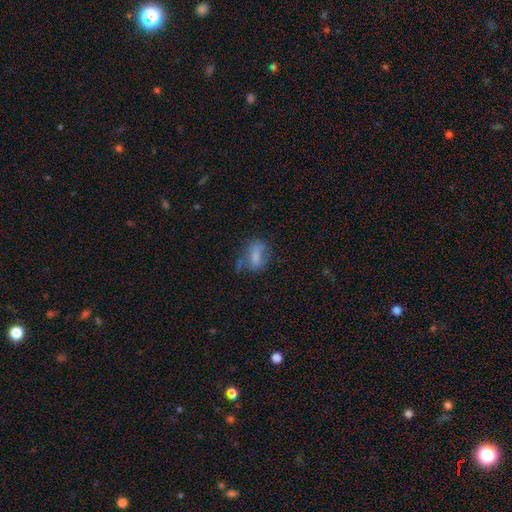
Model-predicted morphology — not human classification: smooth_or_featured: smooth (p=0.59) [alt: featured or disk p=0.30]
how_rounded: in between (p=0.79) [alt: round p=0.12]
merging: none (p=0.40) [alt: minor disturbance p=0.27]